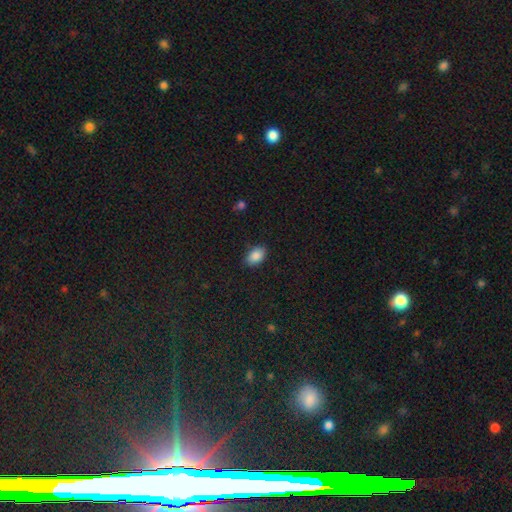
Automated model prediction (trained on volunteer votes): A smooth galaxy with no disk features (88%) that is in between round and cigar-shaped (91%). Merging: none (85%).